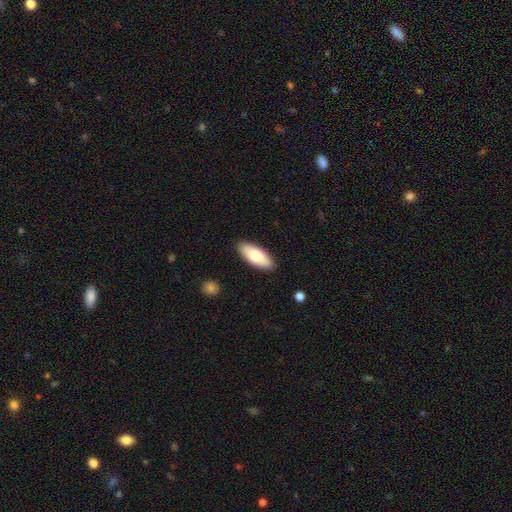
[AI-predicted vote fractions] A smooth galaxy with no disk features (74%) that is in between round and cigar-shaped (82%).

Vote fractions:
- Smooth or featured? smooth: 74% / featured or disk: 21% / star or artifact: 5%
- How rounded? in between: 82% / cigar-shaped: 16% / round: 2%
- Merging? none: 90% / minor disturbance: 7% / major disturbance: 2% / merger: 1%